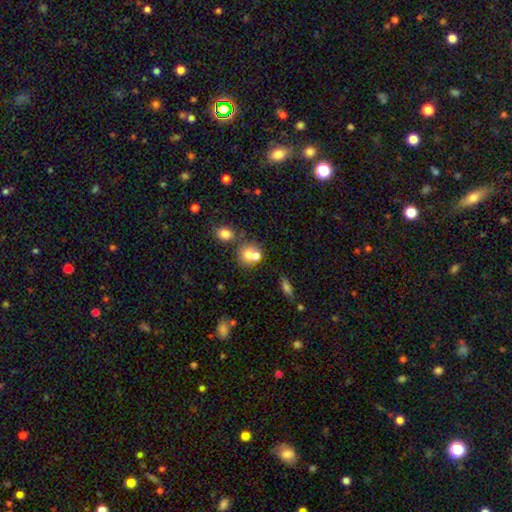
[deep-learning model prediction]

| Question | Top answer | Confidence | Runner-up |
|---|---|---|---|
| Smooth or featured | smooth | 69% | featured or disk (19%) |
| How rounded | round | 76% | in between (23%) |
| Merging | merger | 48% | none (38%) |